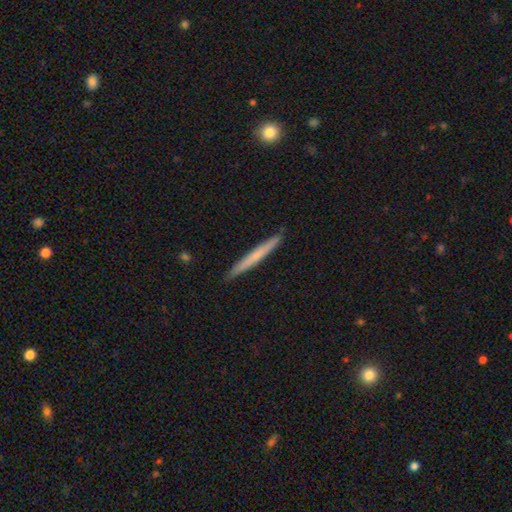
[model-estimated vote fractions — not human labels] Smooth or featured: smooth — 57% (featured or disk — 38%)
How rounded: cigar-shaped — 97% (in between — 2%)
Merging: none — 91% (minor disturbance — 6%)